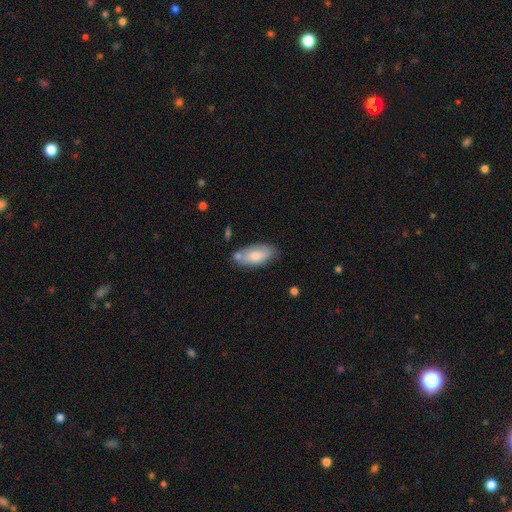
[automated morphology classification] smooth-or-featured: smooth: 71% | featured or disk: 23% | star or artifact: 6%
  how-rounded: in between: 89% | cigar-shaped: 9% | round: 2%
  merging: none: 63% | minor disturbance: 21% | merger: 11% | major disturbance: 4%